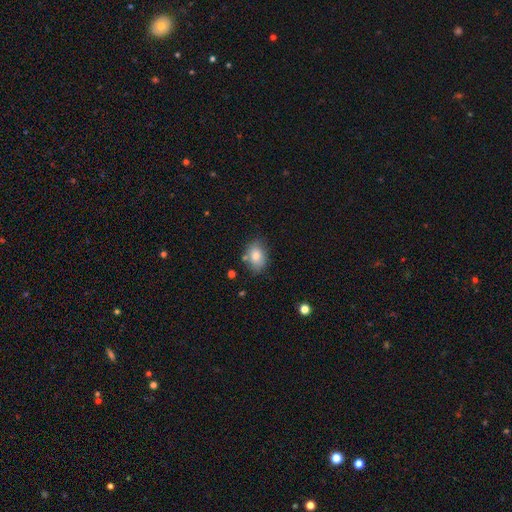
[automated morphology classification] smooth_or_featured: smooth (p=0.77) [alt: featured or disk p=0.14]
how_rounded: in between (p=0.76) [alt: round p=0.23]
merging: none (p=0.69) [alt: minor disturbance p=0.20]